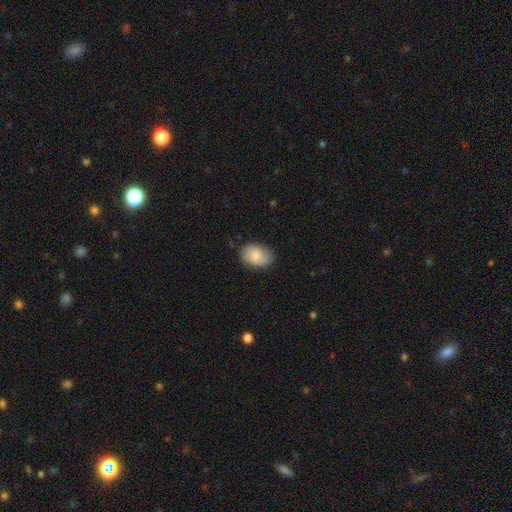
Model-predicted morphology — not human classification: The model was most divided on "how rounded": in between: 77%, round: 22%, cigar-shaped: 1%. More confident: smooth or featured — smooth (82%); merging — none (80%).